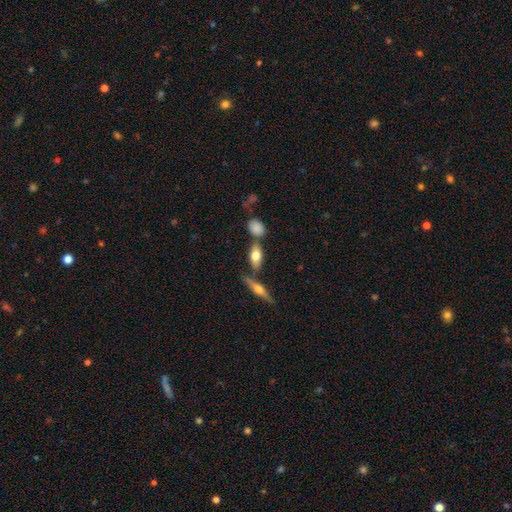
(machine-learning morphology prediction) This appears to be a smooth galaxy with no disk features (64%) that is in between round and cigar-shaped (79%). Merging: none (65%).